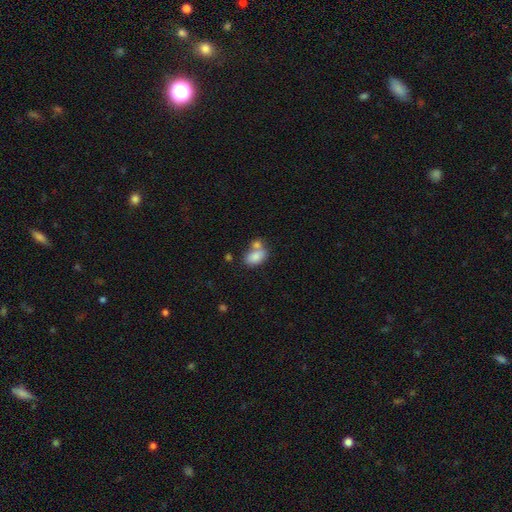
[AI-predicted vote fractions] This is clearly a smooth galaxy (81%). How rounded: clearly in between (86%). Merging: marginally merger (44%).